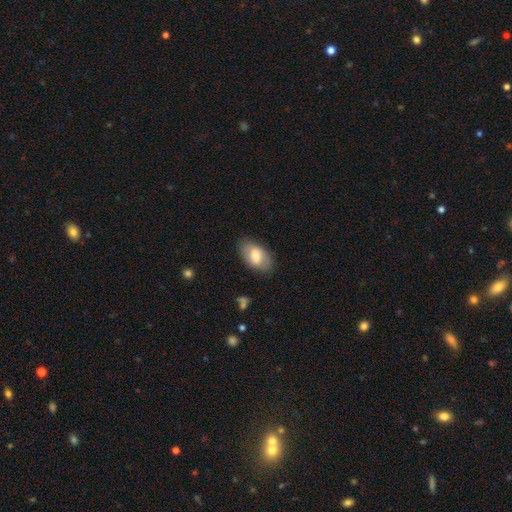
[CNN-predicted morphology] smooth_or_featured: smooth (p=0.71) [alt: featured or disk p=0.23]
how_rounded: in between (p=0.93) [alt: round p=0.05]
merging: none (p=0.81) [alt: minor disturbance p=0.14]